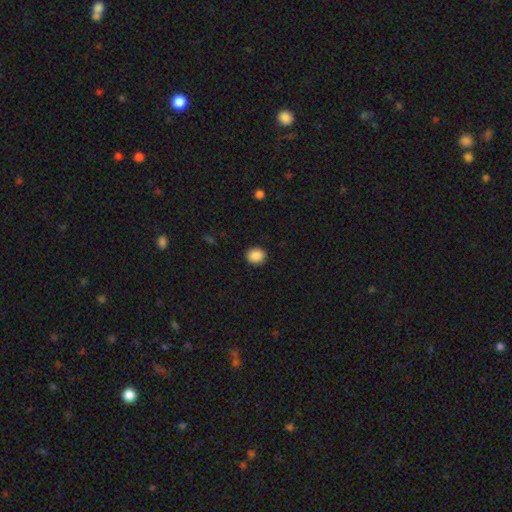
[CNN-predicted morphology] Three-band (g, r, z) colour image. It shows a smooth galaxy with no disk features (89%) that is round (76%). Merging: none (91%).